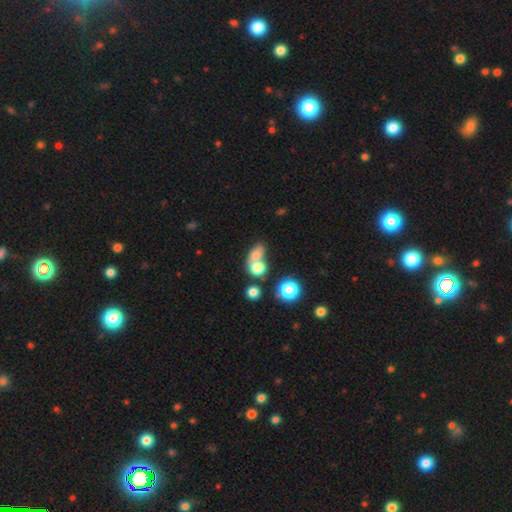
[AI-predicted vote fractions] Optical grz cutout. It shows a smooth galaxy with no disk features (69%) that is round (49%, tied with in between). Merging: merger (56%).